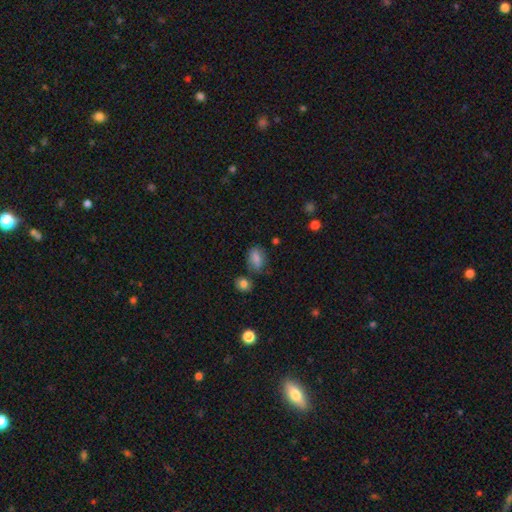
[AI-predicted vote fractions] Morphology: type=smooth (79%); roundness=in between (77%); merging=none (66%).